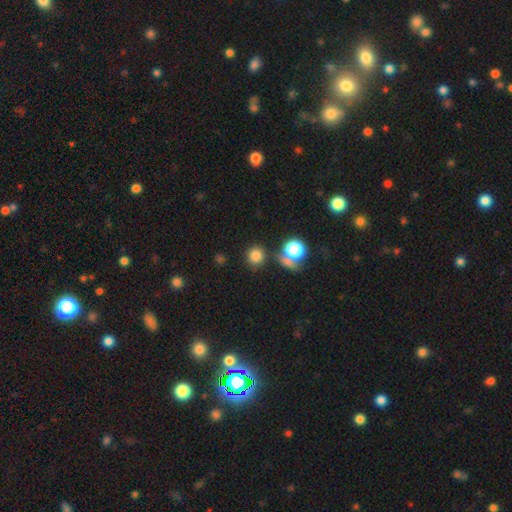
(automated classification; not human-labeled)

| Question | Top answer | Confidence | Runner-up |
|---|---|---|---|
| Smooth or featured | smooth | 79% | star or artifact (15%) |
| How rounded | round | 89% | in between (10%) |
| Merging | none | 74% | merger (12%) |